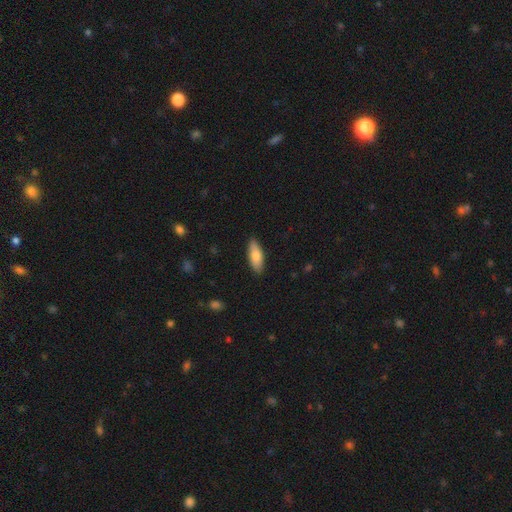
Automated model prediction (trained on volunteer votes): smooth 78%, featured or disk 16%, star or artifact 6%. Down the decision tree: how rounded — in between (70%); merging — none (88%).